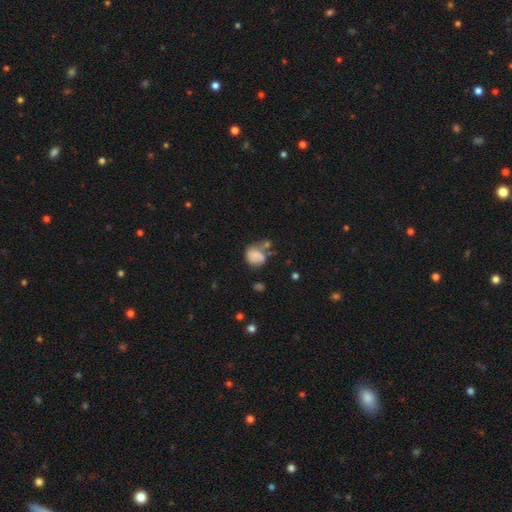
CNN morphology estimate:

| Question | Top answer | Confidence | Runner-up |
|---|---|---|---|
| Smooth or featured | smooth | 66% | featured or disk (23%) |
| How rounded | round | 59% | in between (40%) |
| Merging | none | 35% | minor disturbance (26%) |